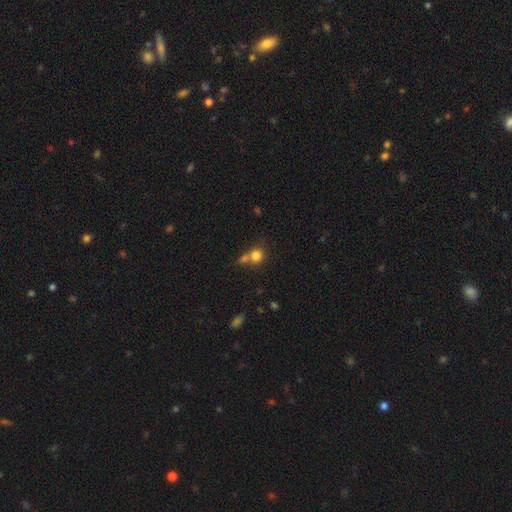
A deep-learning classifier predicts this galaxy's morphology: The model was most divided on "merging": none: 47%, merger: 41%, minor disturbance: 9%, major disturbance: 4%. More confident: how rounded — round (87%); smooth or featured — smooth (80%).